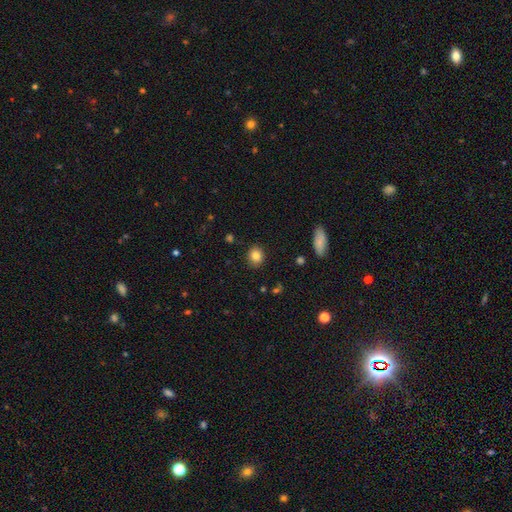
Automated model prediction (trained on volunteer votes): Overall: smooth (84%). How rounded: round (69%; in between 30%). Merging: none (88%).